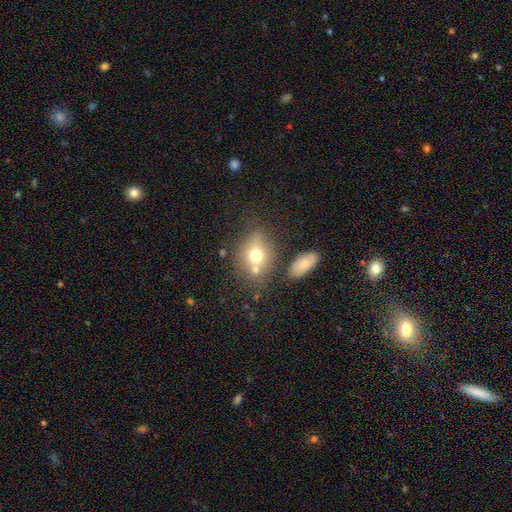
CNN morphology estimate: A smooth galaxy with no disk features (66%) that is in between round and cigar-shaped (51%). Merging: none (53%).